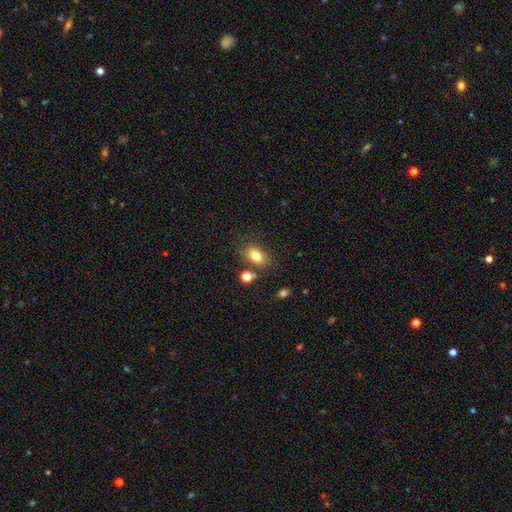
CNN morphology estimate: Smooth or featured: smooth — 79% (star or artifact — 11%)
How rounded: in between — 80% (round — 18%)
Merging: none — 73% (minor disturbance — 13%)